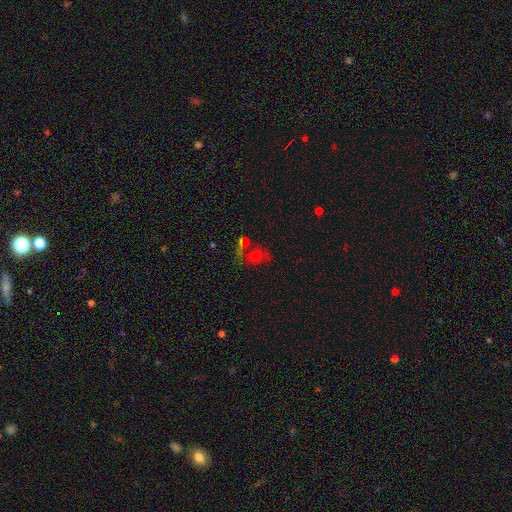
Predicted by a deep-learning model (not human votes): A smooth galaxy with no disk features (43%). Merging: merger (39%).